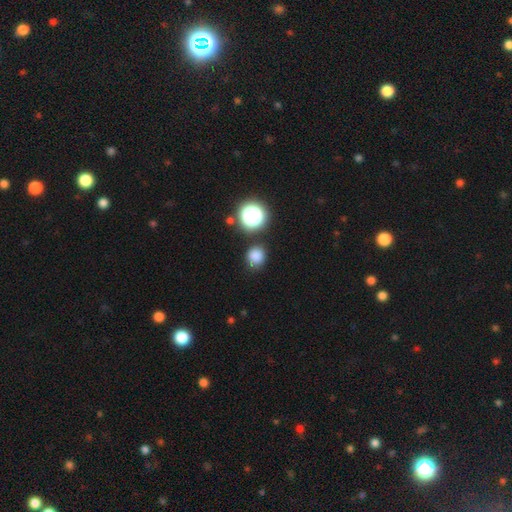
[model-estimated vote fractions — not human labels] Smooth or featured?
  - smooth: 80% *
  - star or artifact: 15%
  - featured or disk: 5%
How rounded?
  - round: 86% *
  - in between: 12%
  - cigar-shaped: 1%
Merging?
  - none: 81% *
  - minor disturbance: 11%
  - merger: 5%
  - major disturbance: 4%